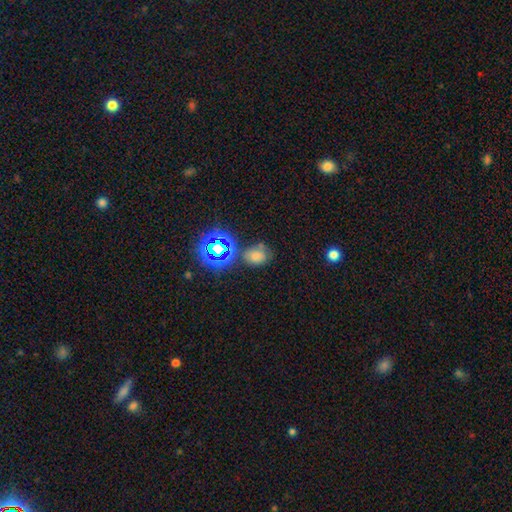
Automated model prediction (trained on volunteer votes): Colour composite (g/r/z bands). It shows a smooth galaxy with no disk features (61%) that is in between round and cigar-shaped (65%). Merging: none (62%).